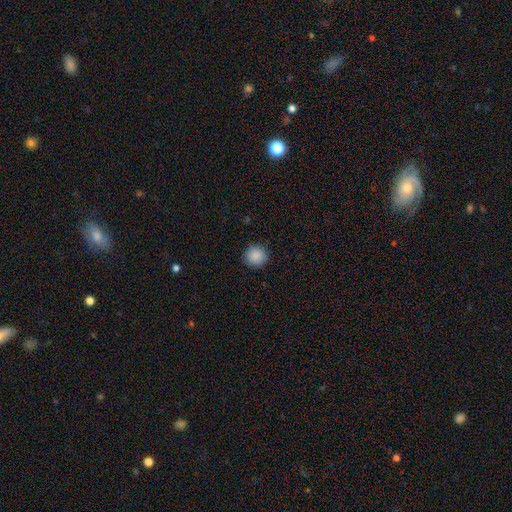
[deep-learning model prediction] This is clearly a smooth galaxy (89%). How rounded: clearly round (92%). Merging: clearly none (90%).